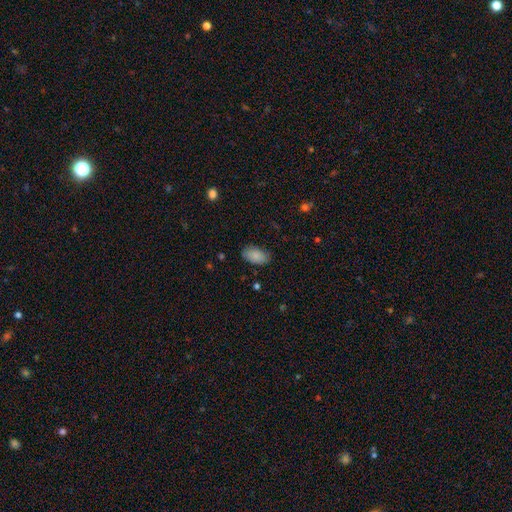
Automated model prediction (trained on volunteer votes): smooth 87%, star or artifact 7%, featured or disk 6%. Down the decision tree: how rounded — in between (94%); merging — none (81%).